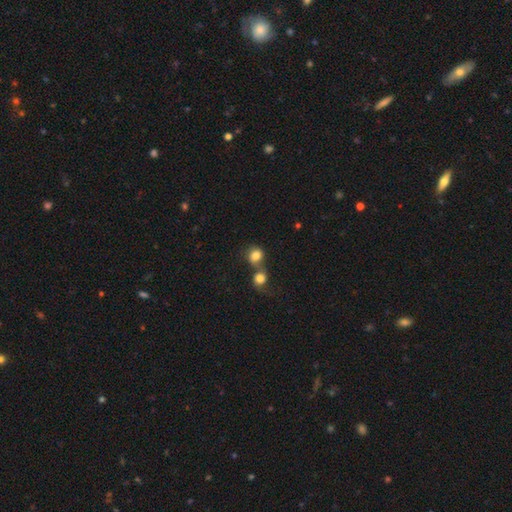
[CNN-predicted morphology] Q: Smooth or featured?
A: smooth (82%); runner-up: star or artifact (9%)
Q: How rounded?
A: round (80%); runner-up: in between (19%)
Q: Merging?
A: merger (58%); runner-up: none (30%)